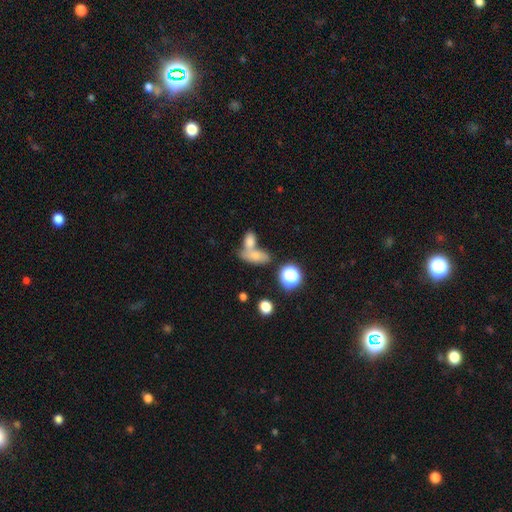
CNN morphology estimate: Smooth or featured?
  - smooth: 71% *
  - featured or disk: 16%
  - star or artifact: 13%
How rounded?
  - in between: 80% *
  - round: 11%
  - cigar-shaped: 9%
Merging?
  - merger: 55% *
  - none: 30%
  - minor disturbance: 9%
  - major disturbance: 5%